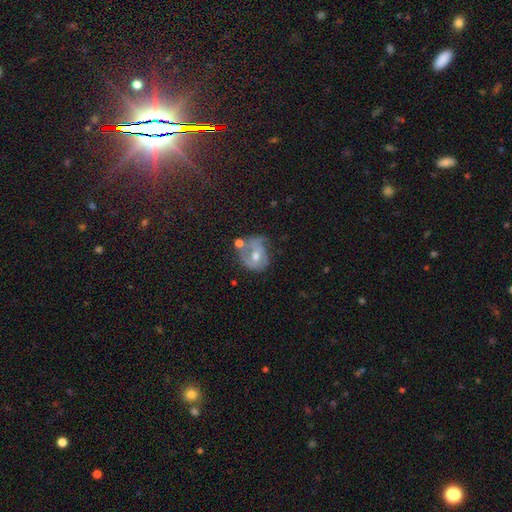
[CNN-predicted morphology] Overall: featured or disk (59%; smooth 28%). Edge-on disk: no (97%). Bar: no (62%; weak 30%). Spiral arms: yes (64%; no 36%). Bulge size: moderate (71%). Merging: none (42%; minor disturbance 26%).